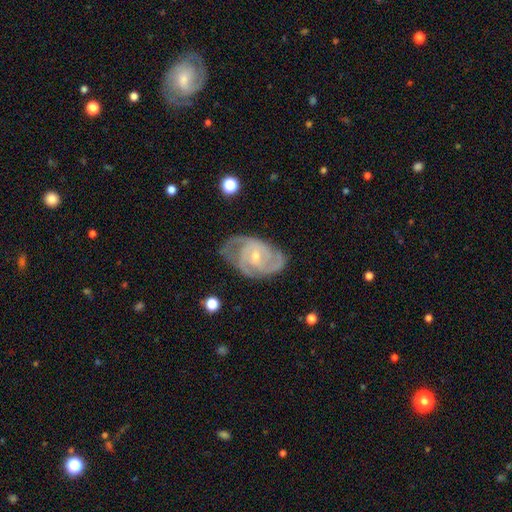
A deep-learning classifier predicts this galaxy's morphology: Smooth or featured?
  - featured or disk: 88% *
  - smooth: 7%
  - star or artifact: 5%
Edge-on disk?
  - no: 97% *
  - yes: 3%
Bar?
  - weak: 47% *
  - no: 42%
  - strong: 11%
Spiral arms?
  - yes: 97% *
  - no: 3%
Spiral winding?
  - tight: 50% *
  - medium: 42%
  - loose: 8%
Spiral arm count?
  - 2: 36% *
  - 3: 35%
  - can't tell: 15%
  - 4: 7%
  - 1: 4%
  - more than 4: 4%
Bulge size?
  - small: 62% *
  - moderate: 34%
  - none: 2%
  - large: 1%
  - dominant: 1%
Merging?
  - none: 61% *
  - minor disturbance: 25%
  - major disturbance: 12%
  - merger: 2%